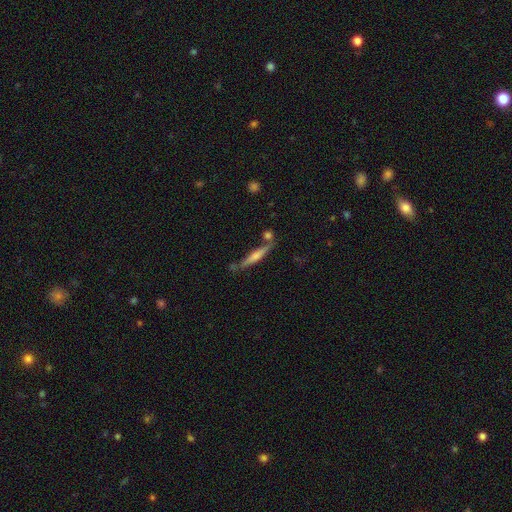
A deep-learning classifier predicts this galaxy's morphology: Smooth or featured? featured or disk (63%)
Edge-on disk? yes (96%)
Edge-on bulge? rounded (64%)
Merging? none (77%)